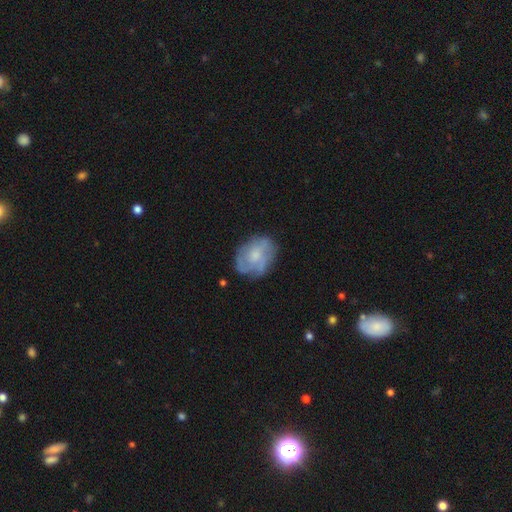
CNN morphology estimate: Smooth or featured? featured or disk (56%)
Edge-on disk? no (97%)
Bar? no (78%)
Spiral arms? yes (63%)
Bulge size? moderate (42%)
Merging? none (66%)